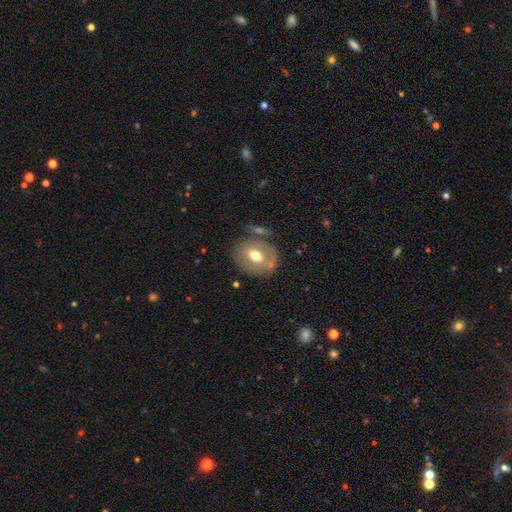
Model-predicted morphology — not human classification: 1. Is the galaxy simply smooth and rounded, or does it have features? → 58% smooth, 34% featured or disk, 8% star or artifact.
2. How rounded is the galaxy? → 57% round, 42% in between, 1% cigar-shaped.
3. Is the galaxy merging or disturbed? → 69% none, 15% minor disturbance, 9% merger, 6% major disturbance.